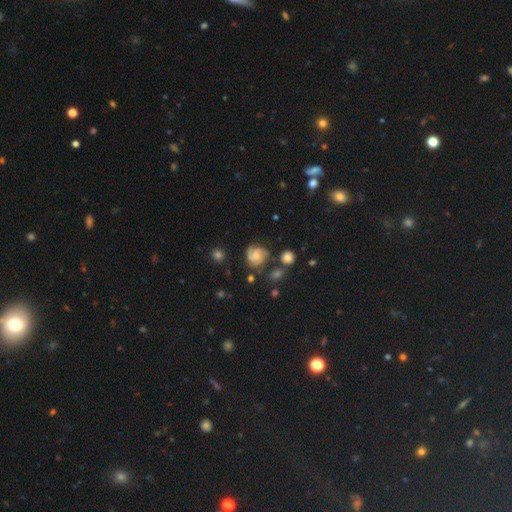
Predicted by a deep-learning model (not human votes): smooth_or_featured: featured or disk (p=0.67) [alt: smooth p=0.24]
disk_edge_on: no (p=0.98) [alt: yes p=0.02]
bar: no (p=0.63) [alt: weak p=0.32]
has_spiral_arms: yes (p=0.93) [alt: no p=0.07]
spiral_winding: tight (p=0.46) [alt: medium p=0.42]
spiral_arm_count: 2 (p=0.43) [alt: 3 p=0.29]
bulge_size: small (p=0.43) [alt: moderate p=0.38]
merging: none (p=0.60) [alt: minor disturbance p=0.22]